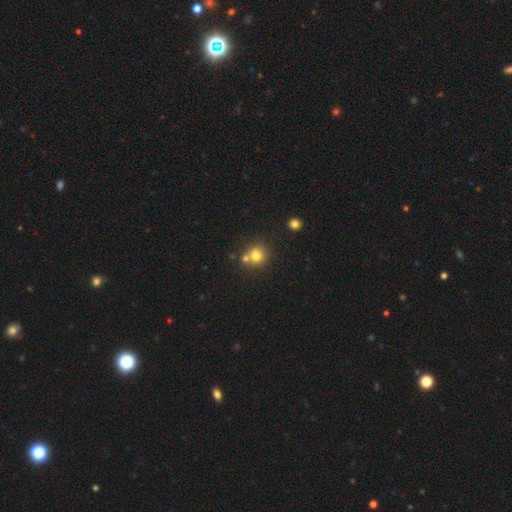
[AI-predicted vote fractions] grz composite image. It shows a smooth galaxy with no disk features (78%) that is round (85%). Merging: none (58%).